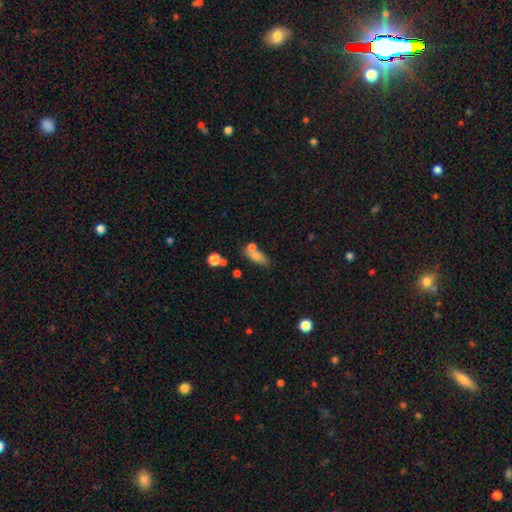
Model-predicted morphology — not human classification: smooth 71%, featured or disk 17%, star or artifact 11%. Down the decision tree: how rounded — in between (74%); merging — none (46%).